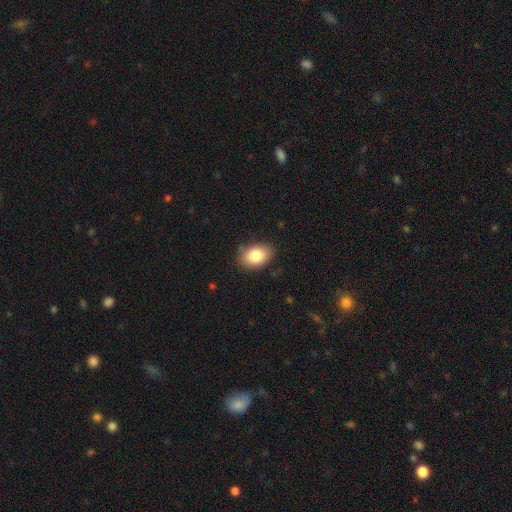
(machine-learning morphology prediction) The model was most divided on "how rounded": in between: 83%, round: 16%, cigar-shaped: 1%. More confident: smooth or featured — smooth (83%); merging — none (82%).